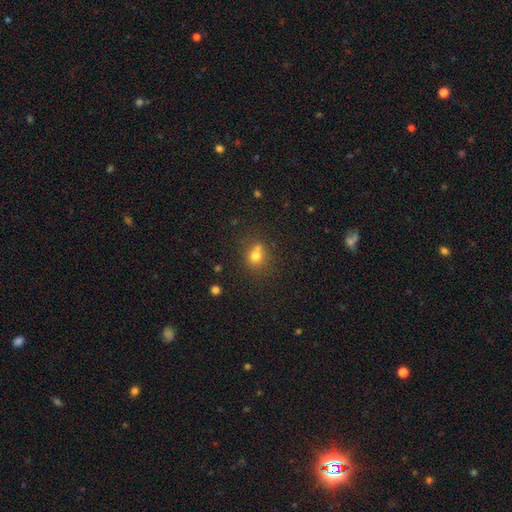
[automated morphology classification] smooth 73%, star or artifact 15%, featured or disk 12%. Down the decision tree: how rounded — round (74%); merging — none (52%).